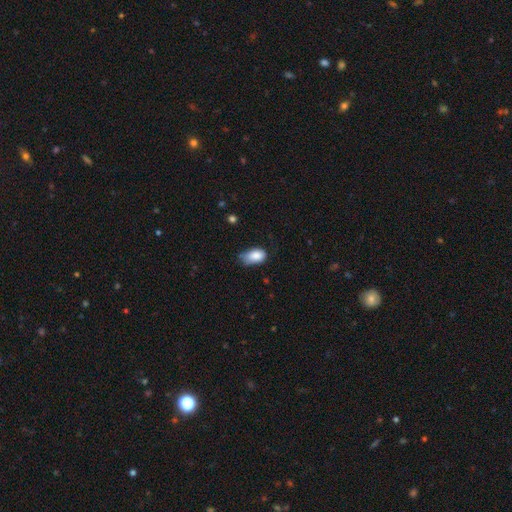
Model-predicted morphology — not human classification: Smooth or featured: smooth — 84% (featured or disk — 8%)
How rounded: in between — 91% (round — 7%)
Merging: minor disturbance — 46% (none — 40%)